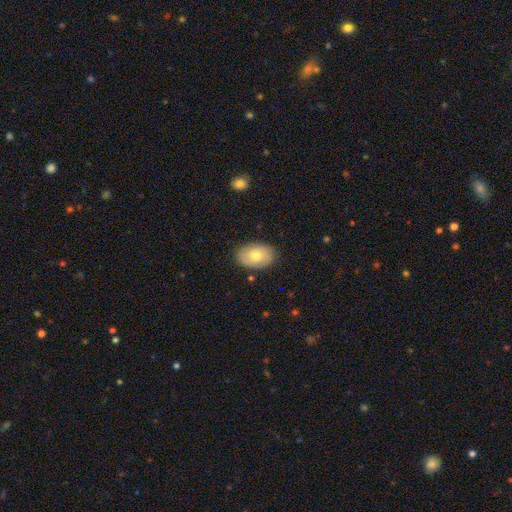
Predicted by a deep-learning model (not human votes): Smooth or featured? smooth (72%)
How rounded? in between (90%)
Merging? none (85%)